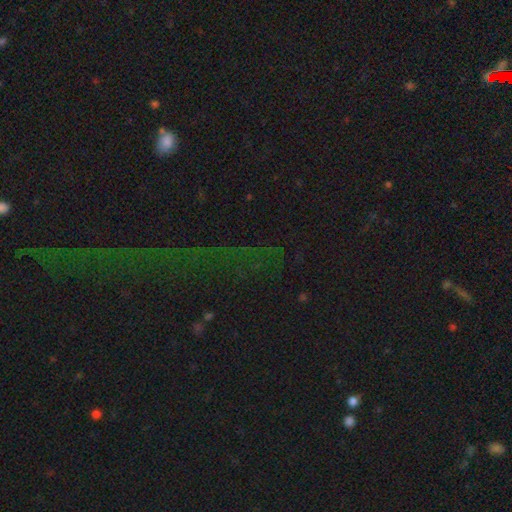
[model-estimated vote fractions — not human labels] Morphology: type=star or artifact (77%).